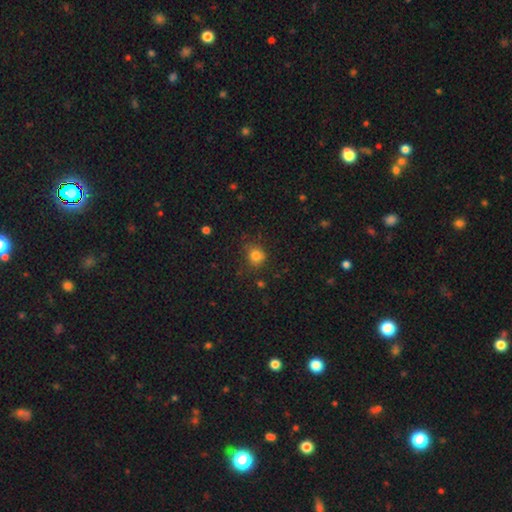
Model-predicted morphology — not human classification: A smooth galaxy with no disk features (81%) that is round (80%). Merging: none (73%).